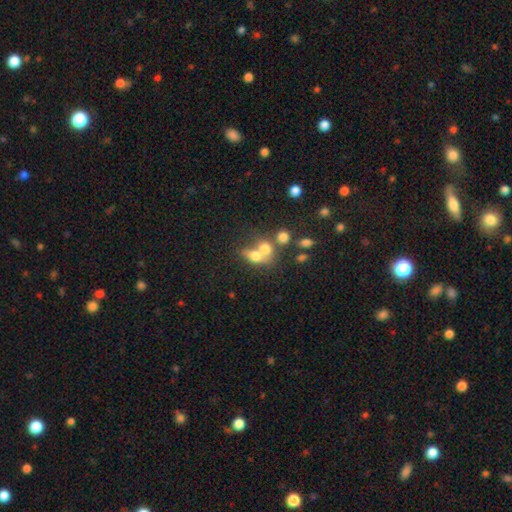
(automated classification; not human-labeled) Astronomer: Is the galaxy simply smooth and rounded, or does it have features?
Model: smooth — 67%.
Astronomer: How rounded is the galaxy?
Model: in between — 59% (runner-up: round, 37%).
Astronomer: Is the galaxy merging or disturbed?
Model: merger — 60%.